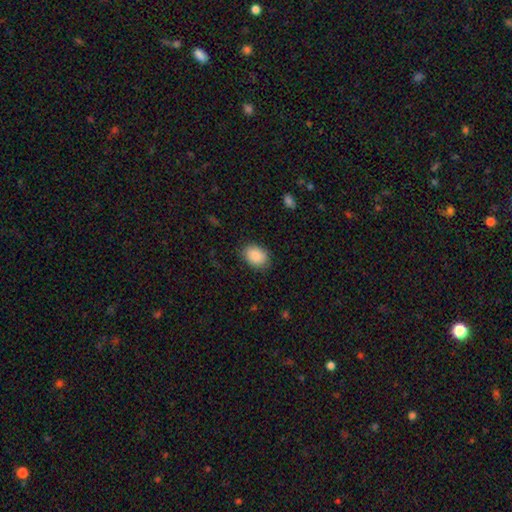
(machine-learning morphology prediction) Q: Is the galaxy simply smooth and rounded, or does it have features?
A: smooth — 88%.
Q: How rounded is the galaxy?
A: in between — 73%.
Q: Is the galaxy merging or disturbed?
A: none — 83%.